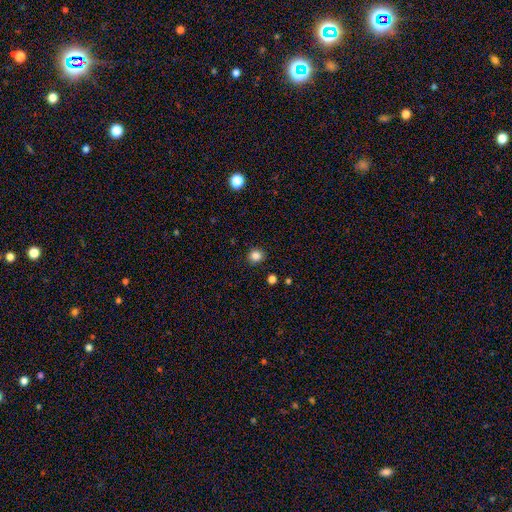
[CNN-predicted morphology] A smooth galaxy with no disk features (85%) that is round (86%).

Vote fractions:
- Smooth or featured? smooth: 85% / star or artifact: 12% / featured or disk: 3%
- How rounded? round: 86% / in between: 13% / cigar-shaped: 1%
- Merging? none: 90% / minor disturbance: 6% / major disturbance: 2% / merger: 1%